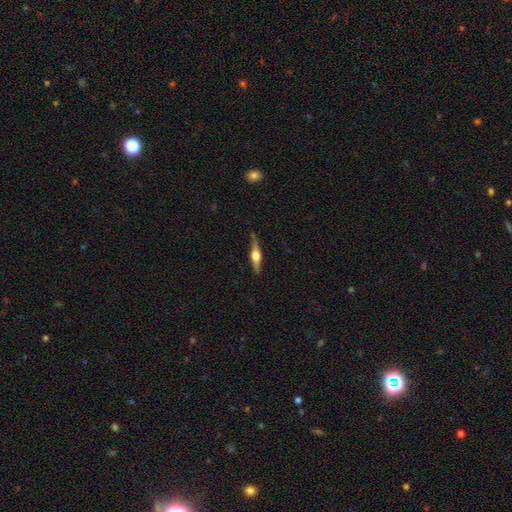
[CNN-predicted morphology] featured or disk 74%, smooth 21%, star or artifact 5%. Down the decision tree: edge-on disk — yes (97%); edge-on bulge — rounded (93%); merging — none (83%).